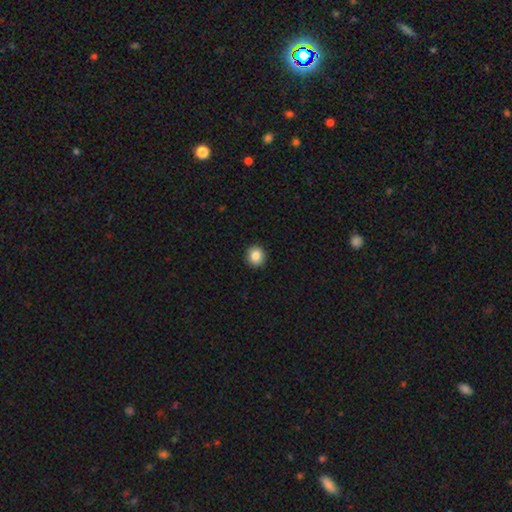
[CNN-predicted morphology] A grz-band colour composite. It shows a smooth galaxy with no disk features (86%) that is round (90%). Merging: none (93%).